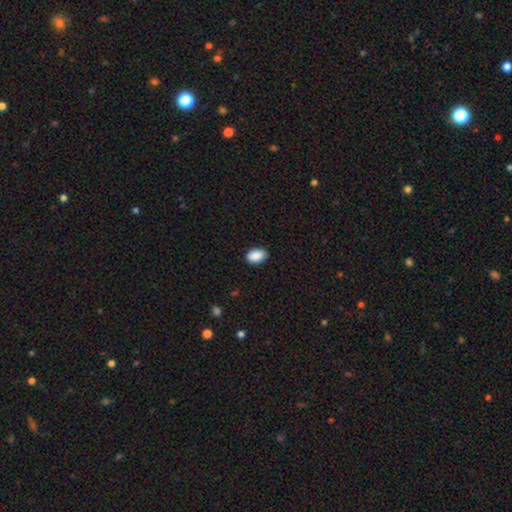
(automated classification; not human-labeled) A smooth galaxy with no disk features (90%) that is in between round and cigar-shaped (89%).

Vote fractions:
- Smooth or featured? smooth: 90% / star or artifact: 7% / featured or disk: 3%
- How rounded? in between: 89% / round: 10% / cigar-shaped: 1%
- Merging? none: 86% / minor disturbance: 11% / major disturbance: 2% / merger: 1%